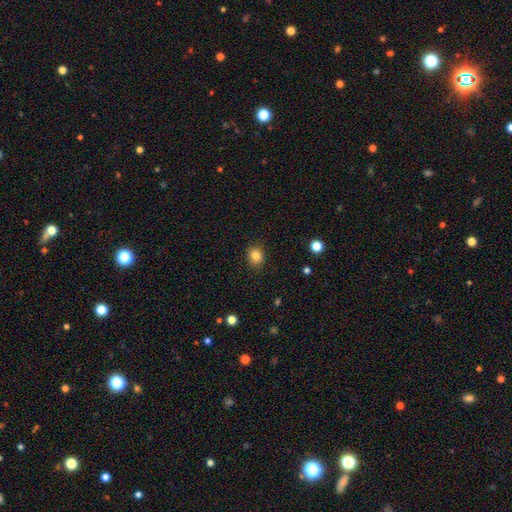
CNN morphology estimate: This is clearly a smooth galaxy (83%). How rounded: likely round (62%). Merging: clearly none (89%).